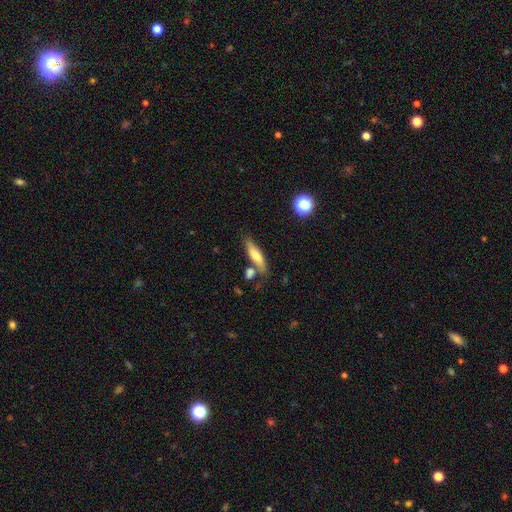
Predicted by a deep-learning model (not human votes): Smooth or featured: smooth — 64% (featured or disk — 29%)
How rounded: cigar-shaped — 61% (in between — 36%)
Merging: none — 65% (minor disturbance — 16%)